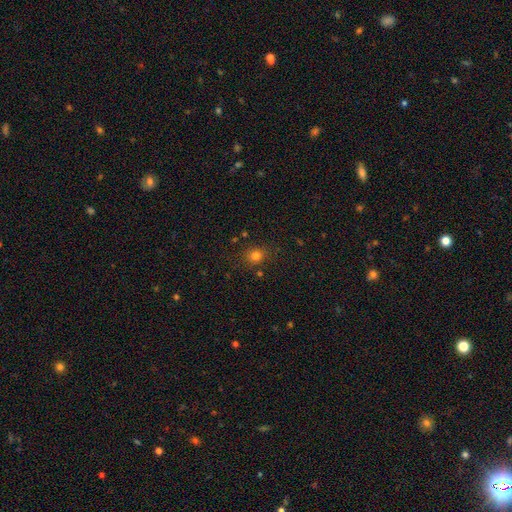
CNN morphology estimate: Smooth or featured: smooth — 78% (star or artifact — 16%)
How rounded: round — 76% (in between — 23%)
Merging: none — 83% (minor disturbance — 11%)